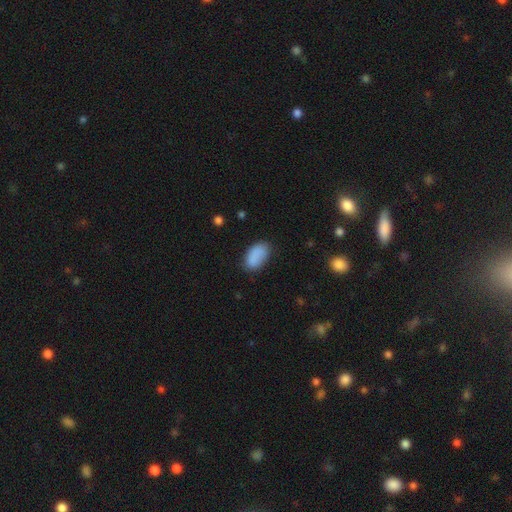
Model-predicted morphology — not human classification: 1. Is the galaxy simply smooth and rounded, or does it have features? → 87% smooth, 8% star or artifact, 5% featured or disk.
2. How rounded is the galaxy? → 93% in between, 5% round, 2% cigar-shaped.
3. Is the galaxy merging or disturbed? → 75% none, 19% minor disturbance, 5% major disturbance, 2% merger.